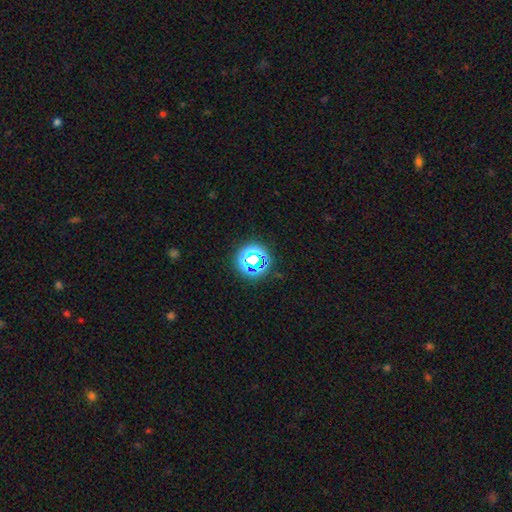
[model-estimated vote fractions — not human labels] smooth_or_featured: star or artifact (p=0.61) [alt: smooth p=0.28]